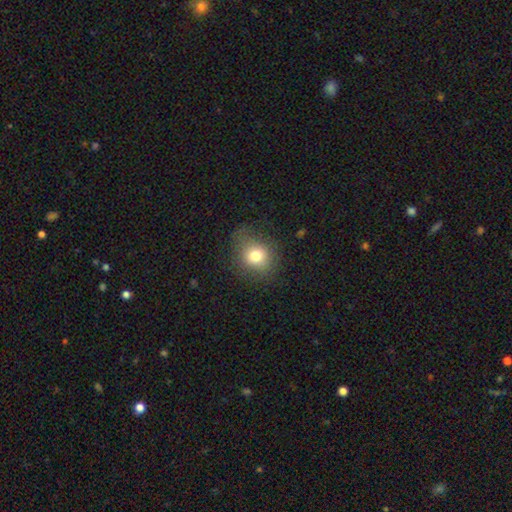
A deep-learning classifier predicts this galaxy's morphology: The model was most divided on "how rounded": round: 70%, in between: 29%, cigar-shaped: 1%. More confident: smooth or featured — smooth (76%); merging — none (74%).